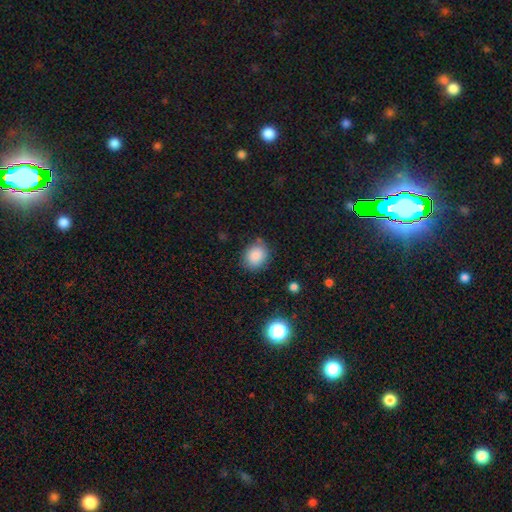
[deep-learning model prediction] Overall: smooth (87%). How rounded: round (57%; in between 42%). Merging: none (79%).